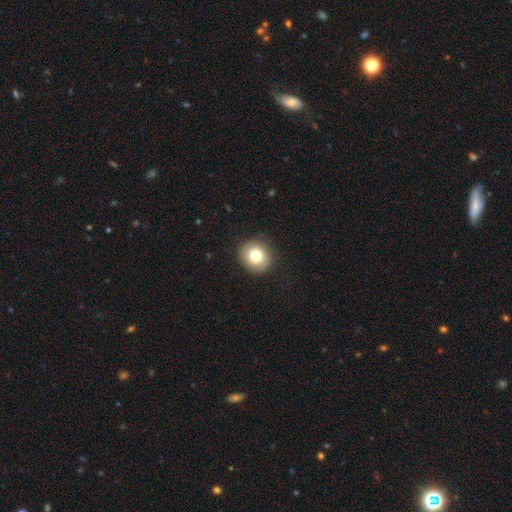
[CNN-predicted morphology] smooth 77%, featured or disk 13%, star or artifact 9%. Down the decision tree: how rounded — round (83%); merging — none (88%).